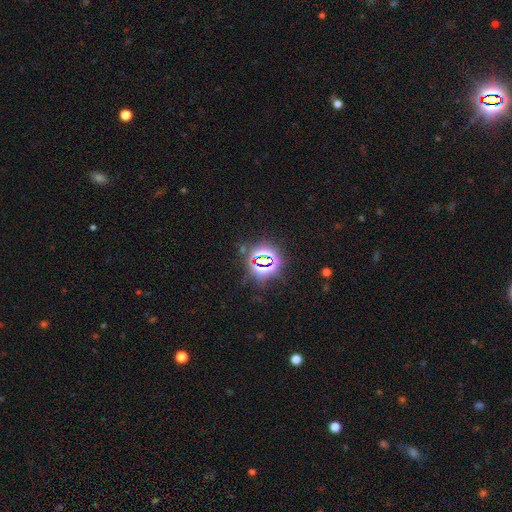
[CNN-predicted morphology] smooth-or-featured: star or artifact: 81% | smooth: 13% | featured or disk: 7%